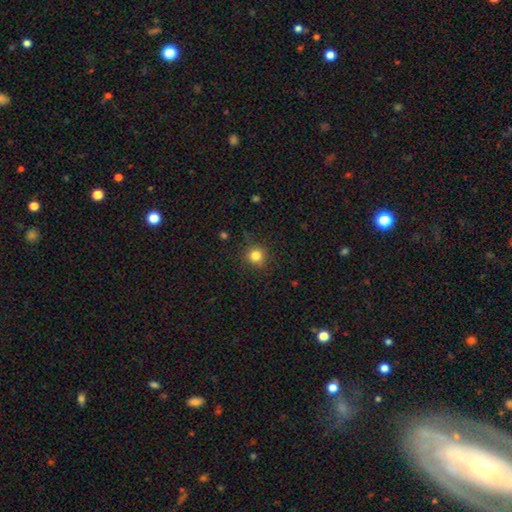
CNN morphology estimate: Smooth or featured?
  - smooth: 82% *
  - star or artifact: 13%
  - featured or disk: 5%
How rounded?
  - round: 93% *
  - in between: 7%
  - cigar-shaped: 1%
Merging?
  - none: 87% *
  - minor disturbance: 9%
  - major disturbance: 3%
  - merger: 1%